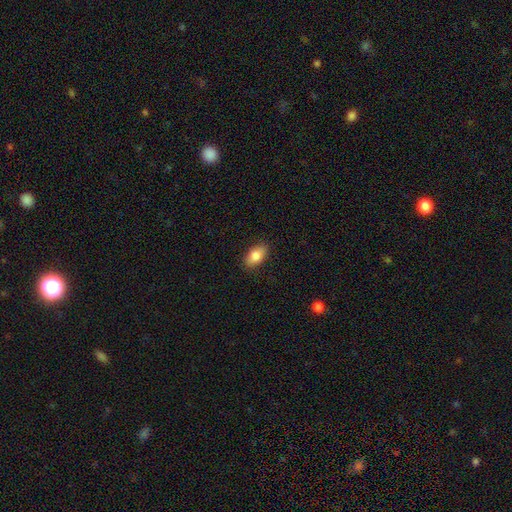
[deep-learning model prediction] Smooth or featured: smooth — 83% (featured or disk — 10%)
How rounded: in between — 90% (round — 6%)
Merging: none — 86% (minor disturbance — 10%)